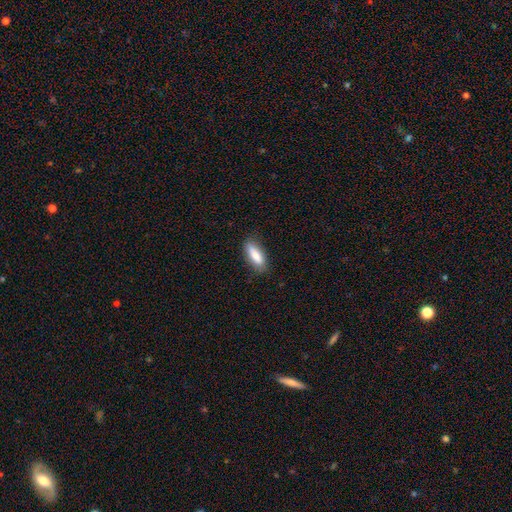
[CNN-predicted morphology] type=smooth (79%); roundness=in between (59%); merging=none (81%).